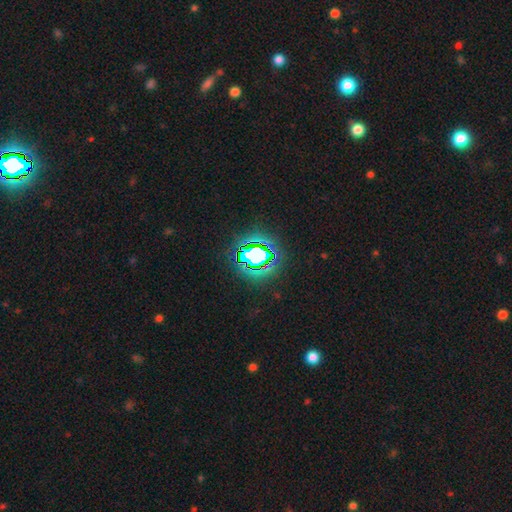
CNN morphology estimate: smooth-or-featured: star or artifact: 79% | smooth: 13% | featured or disk: 8%